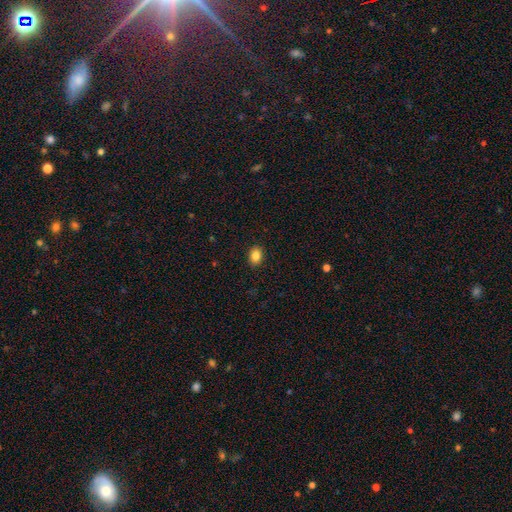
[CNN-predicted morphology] A smooth galaxy with no disk features (85%) that is in between round and cigar-shaped (69%). Merging: none (90%).